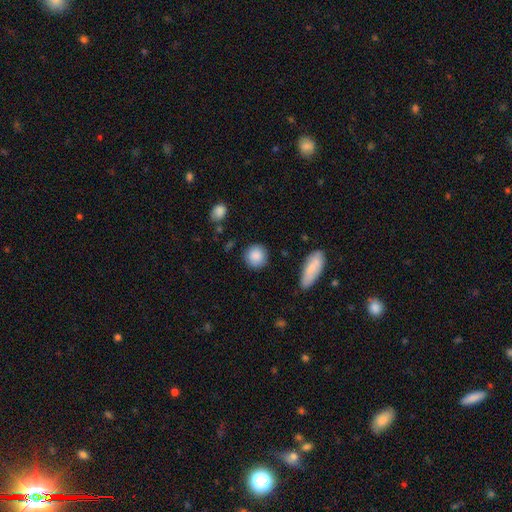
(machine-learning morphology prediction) smooth-or-featured: smooth: 88% | star or artifact: 7% | featured or disk: 5%
  how-rounded: round: 90% | in between: 9% | cigar-shaped: 1%
  merging: none: 87% | minor disturbance: 8% | major disturbance: 2% | merger: 2%